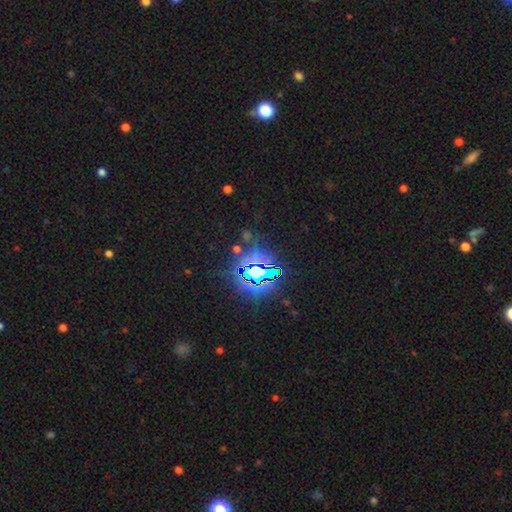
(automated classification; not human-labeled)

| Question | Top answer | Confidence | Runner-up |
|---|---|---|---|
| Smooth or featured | star or artifact | 82% | smooth (10%) |